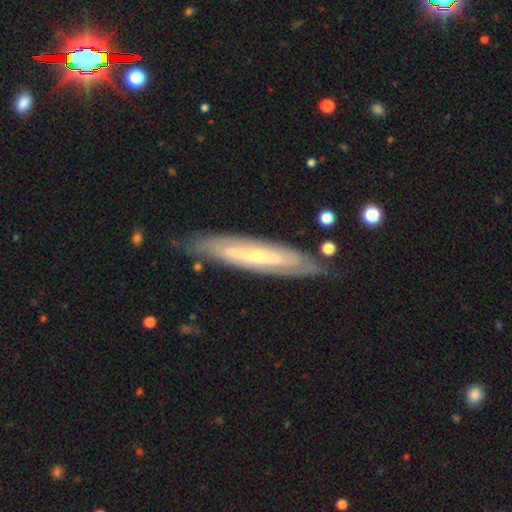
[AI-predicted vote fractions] Smooth or featured: featured or disk — 74% (smooth — 20%)
Edge-on disk: no — 54% (yes — 46%)
Merging: none — 79% (minor disturbance — 15%)